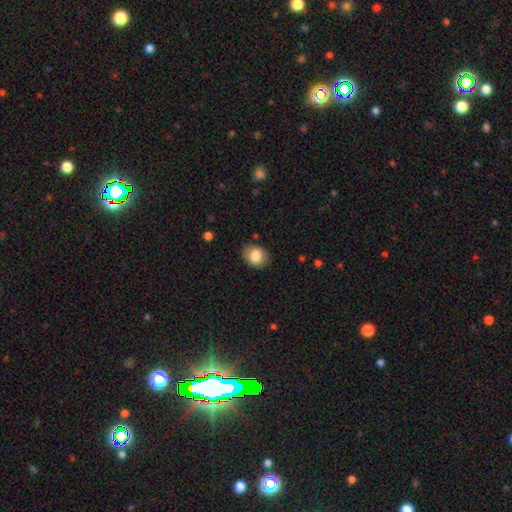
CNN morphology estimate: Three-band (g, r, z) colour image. It shows a smooth galaxy with no disk features (82%) that is round (52%). Merging: none (82%).